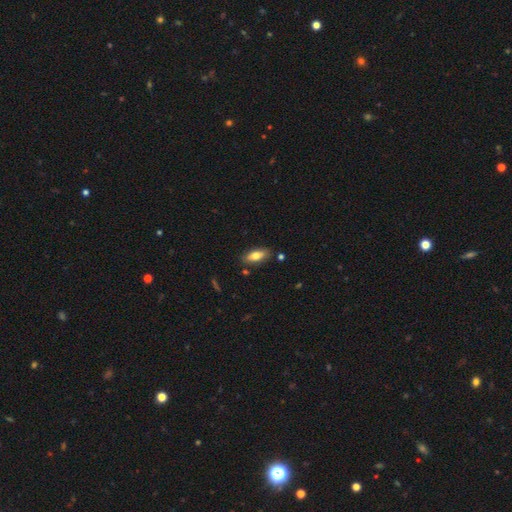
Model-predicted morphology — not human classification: smooth_or_featured: smooth (p=0.72) [alt: featured or disk p=0.21]
how_rounded: in between (p=0.80) [alt: cigar-shaped p=0.17]
merging: none (p=0.83) [alt: minor disturbance p=0.12]